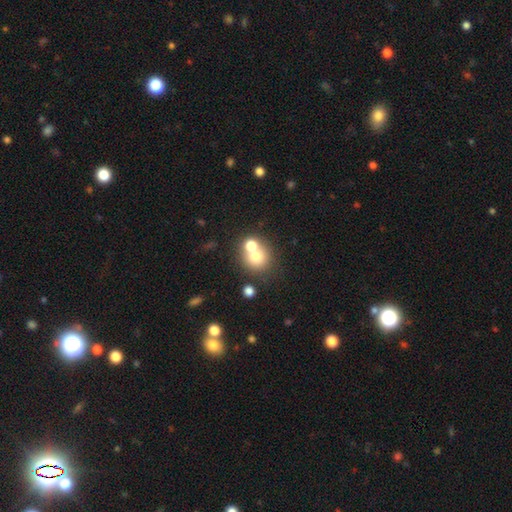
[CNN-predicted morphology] The model was most divided on "merging": merger: 45%, none: 44%, minor disturbance: 7%, major disturbance: 3%. More confident: how rounded — round (82%); smooth or featured — smooth (71%).